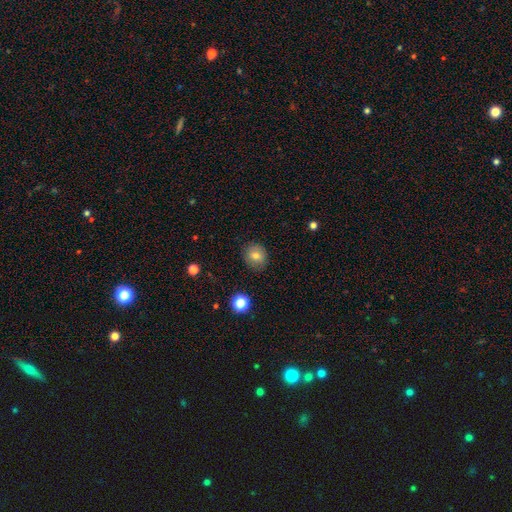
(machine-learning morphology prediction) Smooth or featured? Predicted: smooth (p=0.77). How rounded? Predicted: round (p=0.78). Merging? Predicted: none (p=0.86).